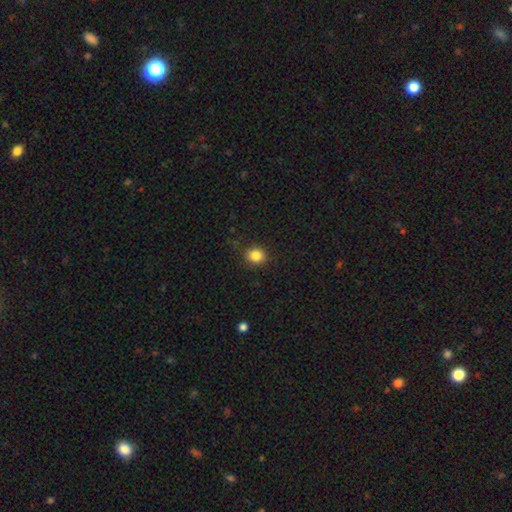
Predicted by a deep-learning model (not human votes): Overall: smooth (85%). How rounded: round (77%). Merging: none (89%).